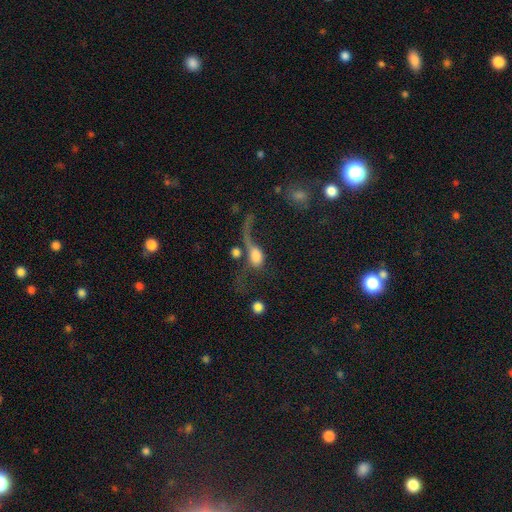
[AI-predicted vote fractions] Smooth or featured: smooth — 54% (featured or disk — 35%)
How rounded: in between — 64% (round — 31%)
Merging: major disturbance — 45% (merger — 28%)